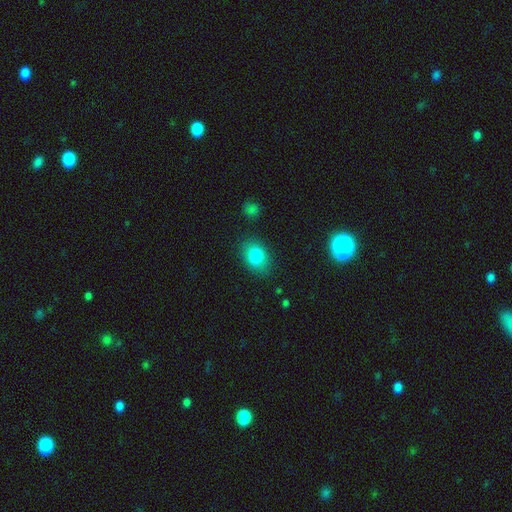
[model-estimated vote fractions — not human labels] Morphology: type=smooth (81%); roundness=in between (68%); merging=none (83%).